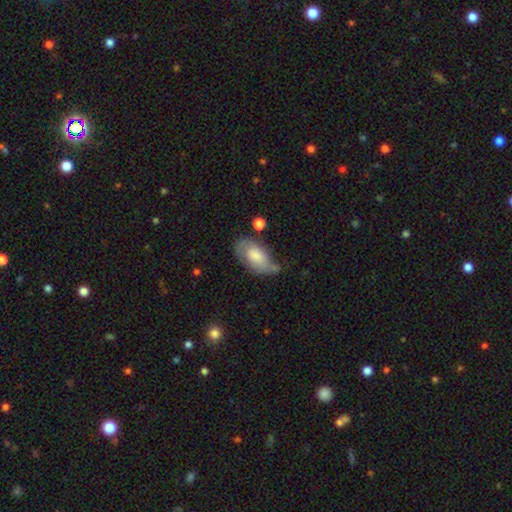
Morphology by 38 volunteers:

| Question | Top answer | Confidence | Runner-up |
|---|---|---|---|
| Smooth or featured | smooth | 58% | featured or disk (42%) |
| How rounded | in between | 86% | cigar-shaped (14%) |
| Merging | none | 50% | minor disturbance (39%) |